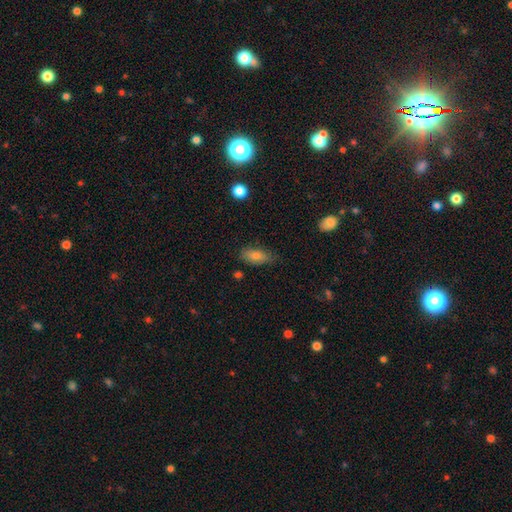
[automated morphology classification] type=smooth (81%); roundness=in between (86%); merging=none (73%).